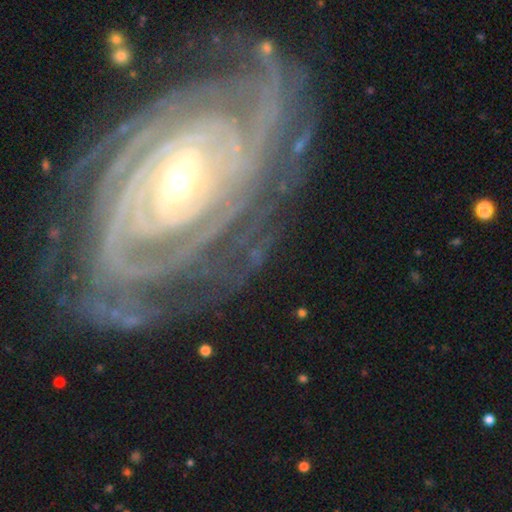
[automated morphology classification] A featured or disk galaxy (88%) with a strong bar (40%), tight (82%) spiral arms (96%) and a small central bulge (56%). Merging: none (72%).